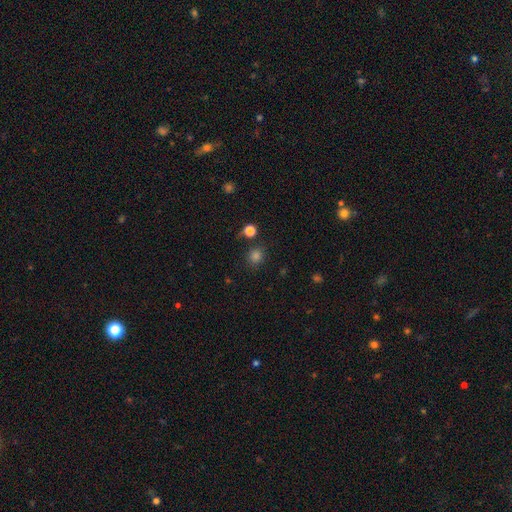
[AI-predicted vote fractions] The model was most divided on "smooth or featured": smooth: 78%, star or artifact: 18%, featured or disk: 4%. More confident: how rounded — round (85%); merging — none (85%).